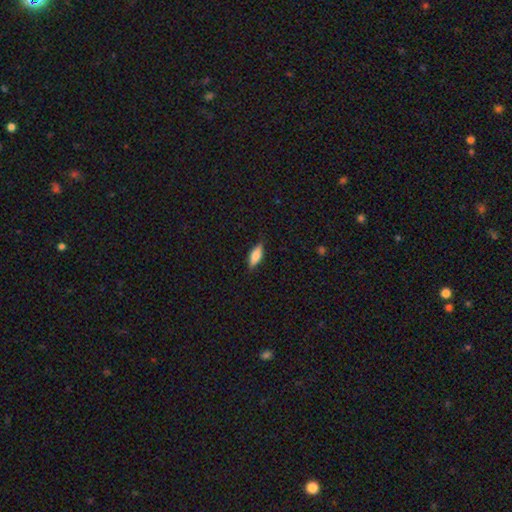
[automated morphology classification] Smooth or featured: smooth — 73% (featured or disk — 20%)
How rounded: in between — 70% (cigar-shaped — 27%)
Merging: none — 83% (minor disturbance — 14%)